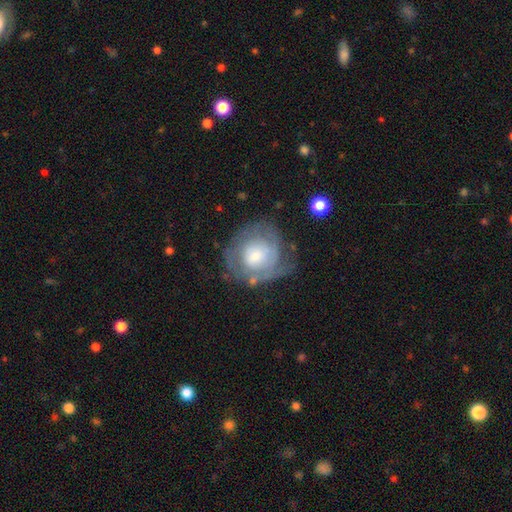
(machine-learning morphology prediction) A featured or disk galaxy (65%) with no bar (76%), spiral arms (71%) and a moderate central bulge (44%). Merging: none (58%).